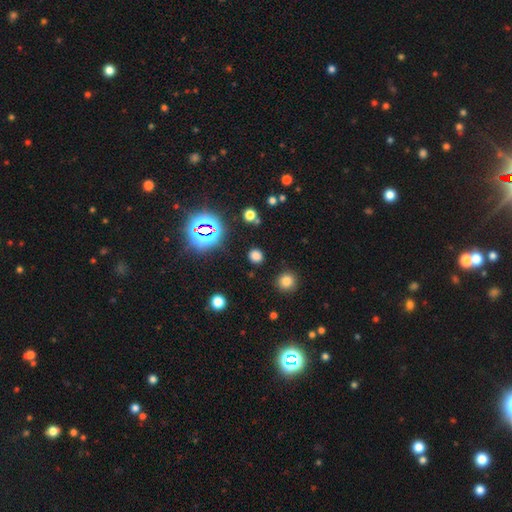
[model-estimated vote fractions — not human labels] The model was most divided on "smooth or featured": smooth: 66%, star or artifact: 29%, featured or disk: 5%. More confident: merging — none (87%); how rounded — round (83%).